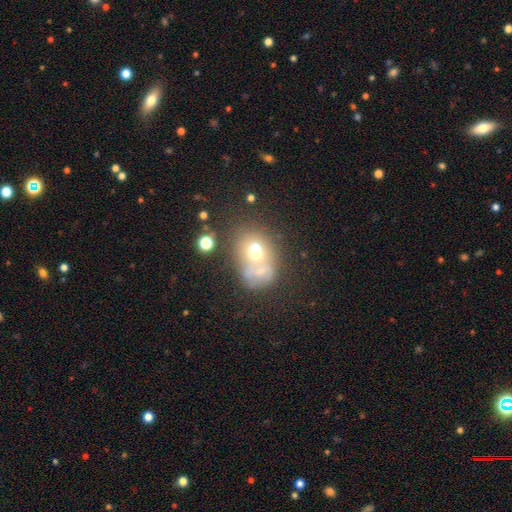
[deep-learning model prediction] This appears to be a smooth galaxy with no disk features (51%) that is round (51%). Merging: merger (56%).